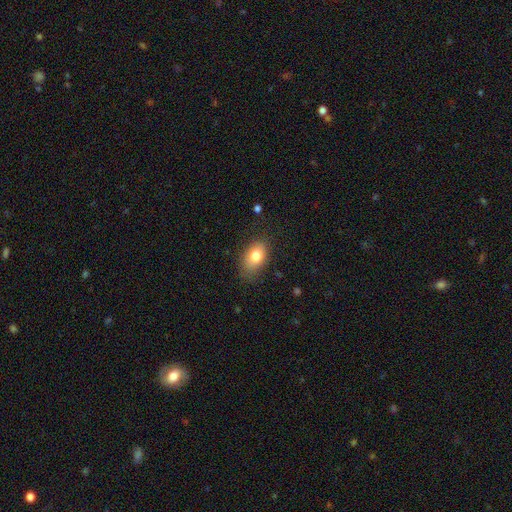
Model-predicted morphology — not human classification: smooth-or-featured: smooth: 80% | featured or disk: 12% | star or artifact: 8%
  how-rounded: in between: 87% | round: 12% | cigar-shaped: 2%
  merging: none: 77% | minor disturbance: 18% | major disturbance: 5% | merger: 1%